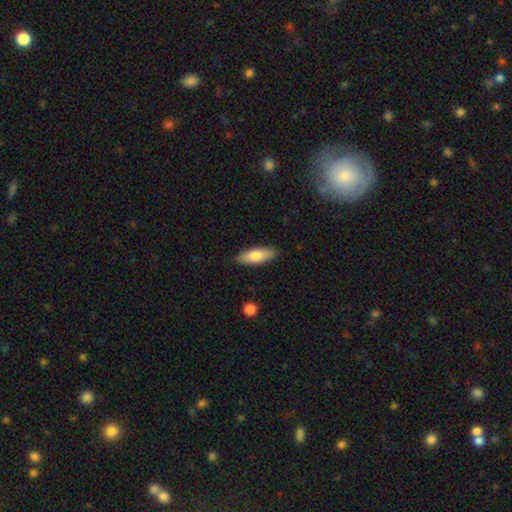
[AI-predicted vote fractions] Morphology: type=smooth (73%); roundness=in between (62%); merging=none (88%).